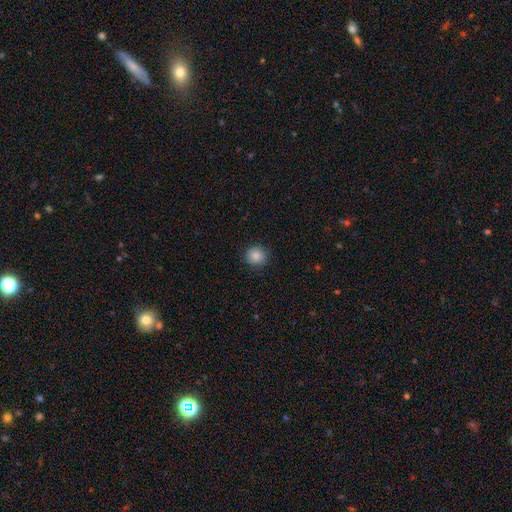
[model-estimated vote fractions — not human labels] The model was most divided on "smooth or featured": smooth: 86%, star or artifact: 9%, featured or disk: 4%. More confident: how rounded — round (92%); merging — none (88%).